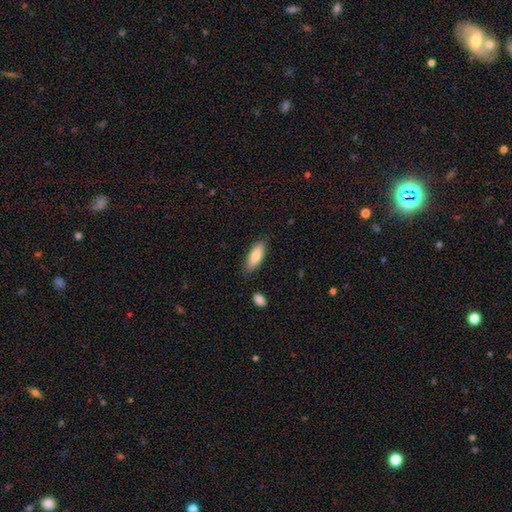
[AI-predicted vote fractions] Overall: smooth (81%). How rounded: in between (68%; cigar-shaped 30%). Merging: none (84%).